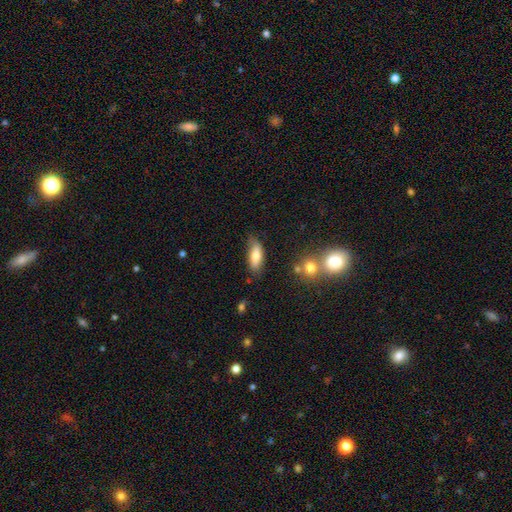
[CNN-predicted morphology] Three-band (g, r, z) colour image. It shows a smooth galaxy with no disk features (75%) that is in between round and cigar-shaped (72%). Merging: none (66%).